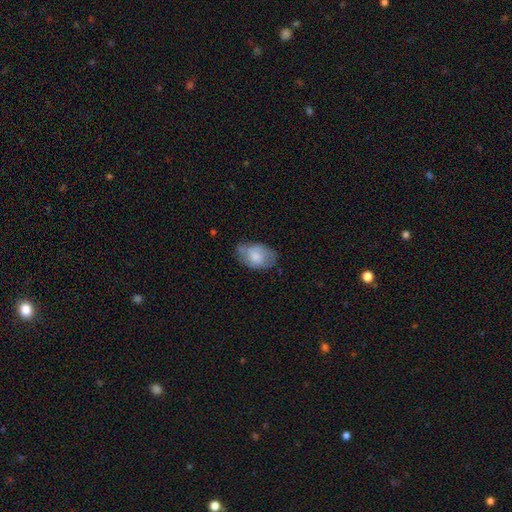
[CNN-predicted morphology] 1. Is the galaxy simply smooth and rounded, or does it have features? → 68% smooth, 25% featured or disk, 7% star or artifact.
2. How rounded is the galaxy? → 88% in between, 11% round, 1% cigar-shaped.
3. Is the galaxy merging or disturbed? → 47% none, 38% minor disturbance, 13% major disturbance, 3% merger.